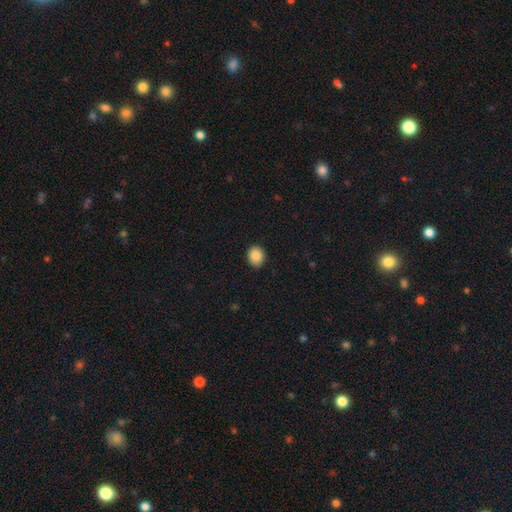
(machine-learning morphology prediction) This is clearly a smooth galaxy (88%). How rounded: possibly round (56%). Merging: clearly none (89%).